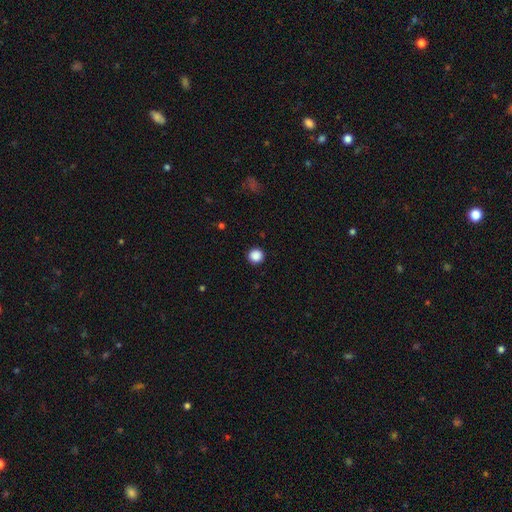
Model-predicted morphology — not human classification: smooth_or_featured: smooth (p=0.88) [alt: star or artifact p=0.10]
how_rounded: round (p=0.95) [alt: in between p=0.04]
merging: none (p=0.93) [alt: minor disturbance p=0.05]